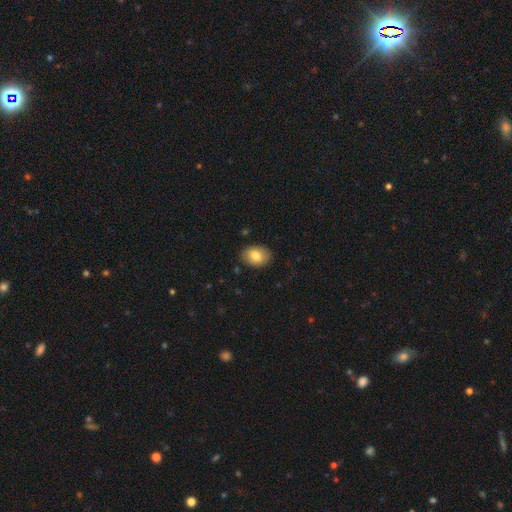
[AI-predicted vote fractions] This appears to be a smooth galaxy with no disk features (81%) that is in between round and cigar-shaped (76%). Merging: none (87%).